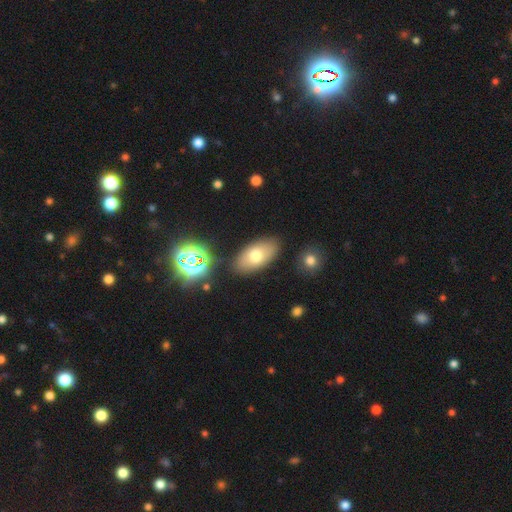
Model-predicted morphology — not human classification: Q: Smooth or featured?
A: smooth (71%); runner-up: featured or disk (20%)
Q: How rounded?
A: in between (91%); runner-up: round (5%)
Q: Merging?
A: none (82%); runner-up: minor disturbance (11%)